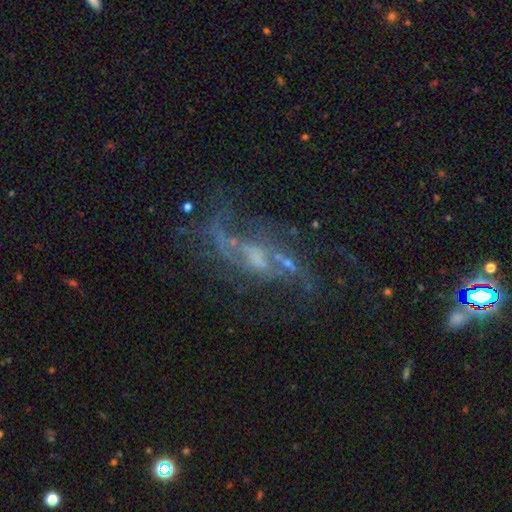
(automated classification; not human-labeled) smooth_or_featured: featured or disk (p=0.75) [alt: star or artifact p=0.15]
disk_edge_on: no (p=0.88) [alt: yes p=0.12]
bar: no (p=0.43) [alt: weak p=0.40]
has_spiral_arms: yes (p=0.76) [alt: no p=0.24]
bulge_size: small (p=0.41) [alt: none p=0.28]
merging: none (p=0.48) [alt: major disturbance p=0.28]